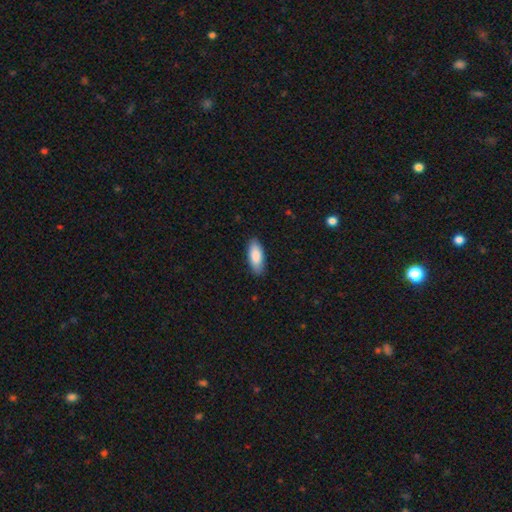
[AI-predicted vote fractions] The model was most divided on "how rounded": in between: 80%, cigar-shaped: 18%, round: 2%. More confident: merging — none (87%); smooth or featured — smooth (87%).